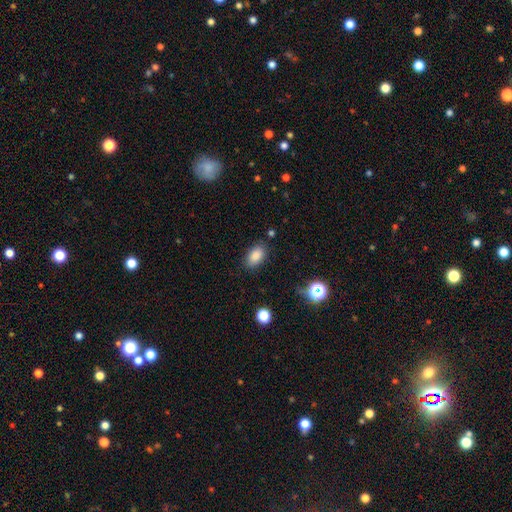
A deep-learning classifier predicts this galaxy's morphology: type=smooth (85%); roundness=in between (90%); merging=none (83%).